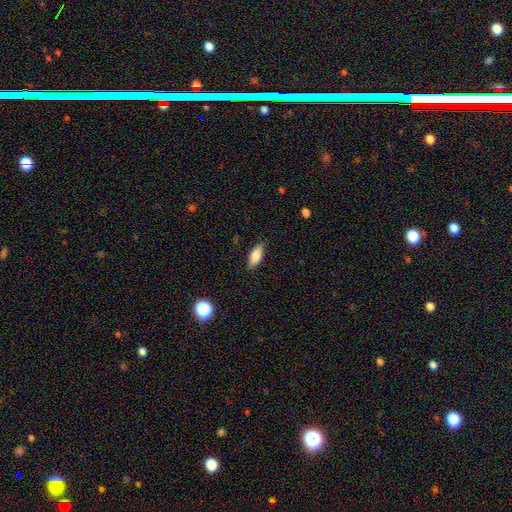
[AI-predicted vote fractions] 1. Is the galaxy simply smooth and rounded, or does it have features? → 81% smooth, 12% featured or disk, 7% star or artifact.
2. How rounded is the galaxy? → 77% in between, 21% cigar-shaped, 3% round.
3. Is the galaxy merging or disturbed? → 85% none, 12% minor disturbance, 2% major disturbance, 1% merger.